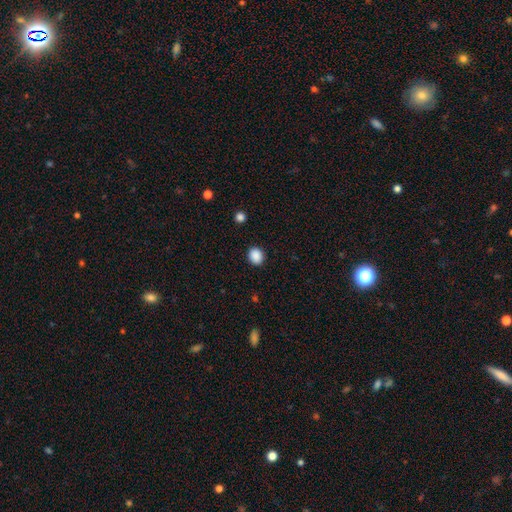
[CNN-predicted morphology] Q: Smooth or featured?
A: smooth (89%); runner-up: star or artifact (9%)
Q: How rounded?
A: round (71%); runner-up: in between (28%)
Q: Merging?
A: none (91%); runner-up: minor disturbance (6%)